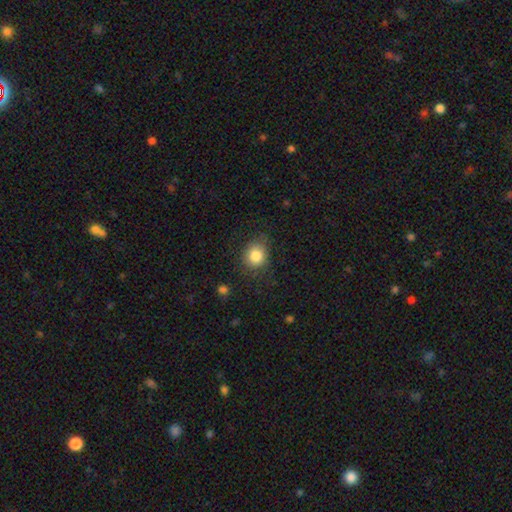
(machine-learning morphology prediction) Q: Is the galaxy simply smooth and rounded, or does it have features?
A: smooth — 83%.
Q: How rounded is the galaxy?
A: round — 73%.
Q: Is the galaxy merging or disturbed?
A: none — 75%.